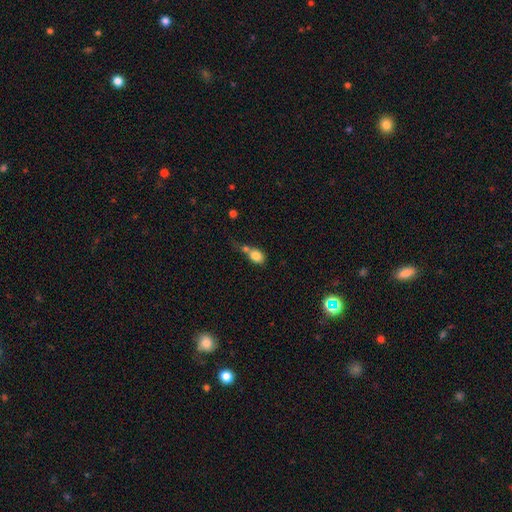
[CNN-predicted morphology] type=smooth (79%); roundness=in between (68%); merging=merger (47%).